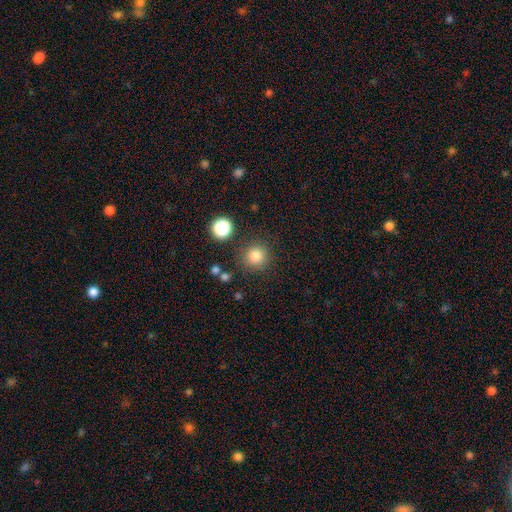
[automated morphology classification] Smooth or featured?
  - smooth: 82% *
  - star or artifact: 13%
  - featured or disk: 5%
How rounded?
  - round: 94% *
  - in between: 5%
  - cigar-shaped: 1%
Merging?
  - none: 86% *
  - minor disturbance: 8%
  - major disturbance: 3%
  - merger: 3%